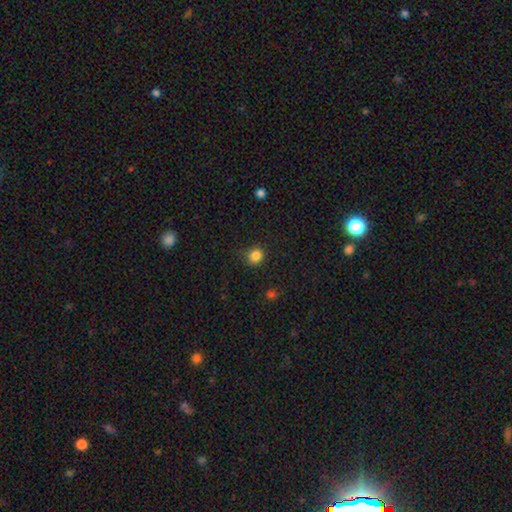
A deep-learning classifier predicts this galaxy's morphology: Smooth or featured? smooth (83%)
How rounded? round (86%)
Merging? none (83%)